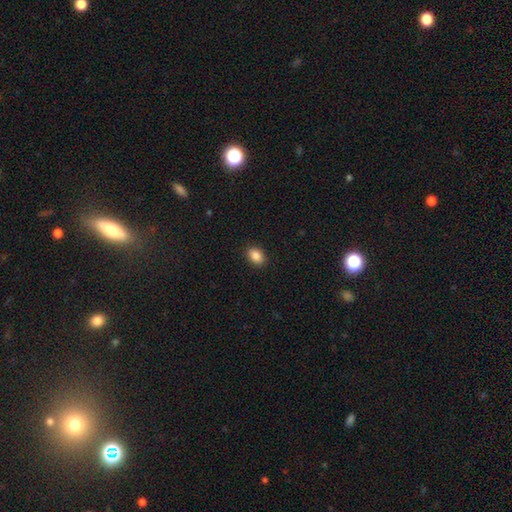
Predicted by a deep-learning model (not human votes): smooth_or_featured: smooth (p=0.87) [alt: star or artifact p=0.09]
how_rounded: in between (p=0.78) [alt: round p=0.21]
merging: none (p=0.90) [alt: minor disturbance p=0.07]